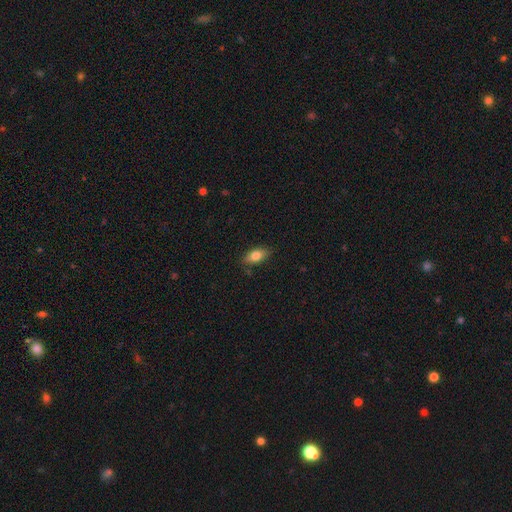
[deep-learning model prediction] Smooth or featured?
  - smooth: 78% *
  - featured or disk: 14%
  - star or artifact: 8%
How rounded?
  - in between: 86% *
  - cigar-shaped: 9%
  - round: 5%
Merging?
  - none: 81% *
  - minor disturbance: 15%
  - major disturbance: 3%
  - merger: 1%